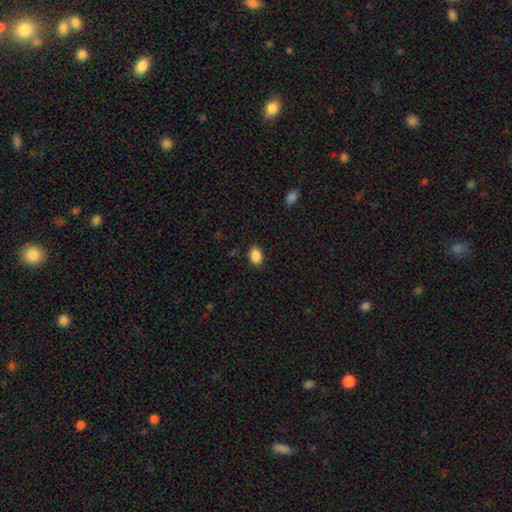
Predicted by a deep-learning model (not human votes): A smooth galaxy with no disk features (89%) that is in between round and cigar-shaped (84%). Merging: none (86%).